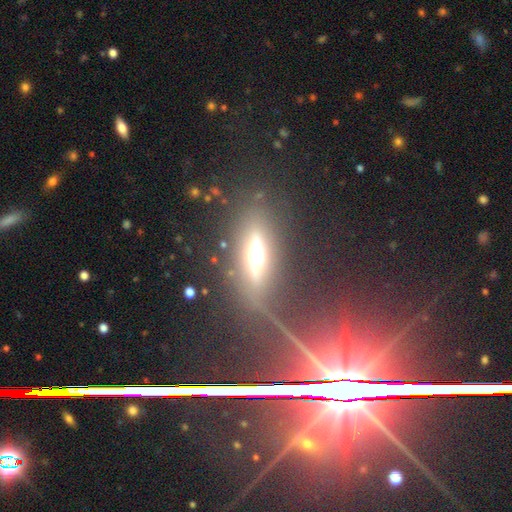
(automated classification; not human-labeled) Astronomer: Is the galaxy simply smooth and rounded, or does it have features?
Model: featured or disk — 56%.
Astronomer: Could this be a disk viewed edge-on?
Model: yes — 80%.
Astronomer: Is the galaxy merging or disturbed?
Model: none — 76%.